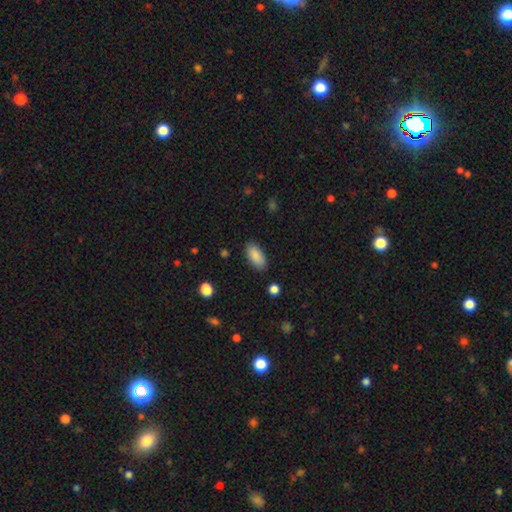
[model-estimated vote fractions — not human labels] Q: Smooth or featured?
A: smooth (88%); runner-up: star or artifact (7%)
Q: How rounded?
A: in between (90%); runner-up: cigar-shaped (7%)
Q: Merging?
A: none (86%); runner-up: minor disturbance (10%)